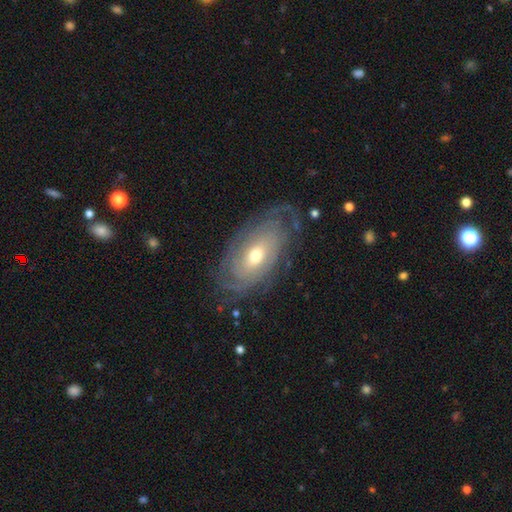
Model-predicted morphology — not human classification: Smooth or featured: featured or disk — 82% (smooth — 12%)
Edge-on disk: no — 93% (yes — 7%)
Bar: no — 68% (weak — 25%)
Spiral arms: yes — 91% (no — 9%)
Spiral winding: tight — 73% (medium — 20%)
Spiral arm count: can't tell — 47% (2 — 19%)
Bulge size: moderate — 57% (small — 38%)
Merging: none — 74% (minor disturbance — 17%)